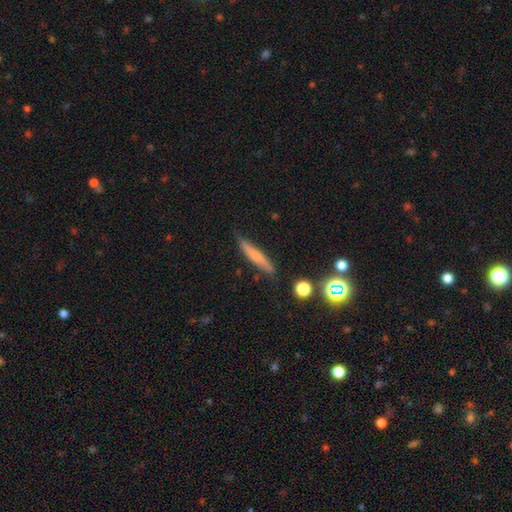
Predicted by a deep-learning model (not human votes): A smooth galaxy with no disk features (60%) that is cigar-shaped (90%). Merging: none (77%).